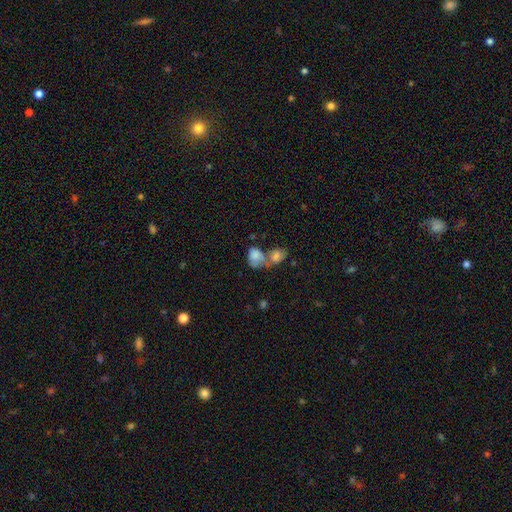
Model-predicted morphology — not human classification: A smooth galaxy with no disk features (76%) that is in between round and cigar-shaped (68%). Merging: merger (66%).